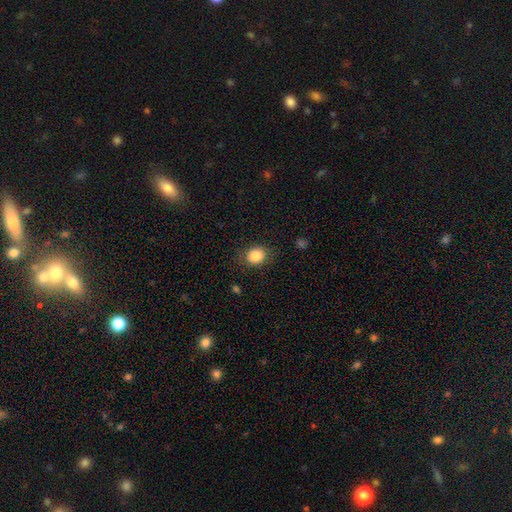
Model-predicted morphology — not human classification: type=smooth (83%); roundness=round (63%); merging=none (83%).